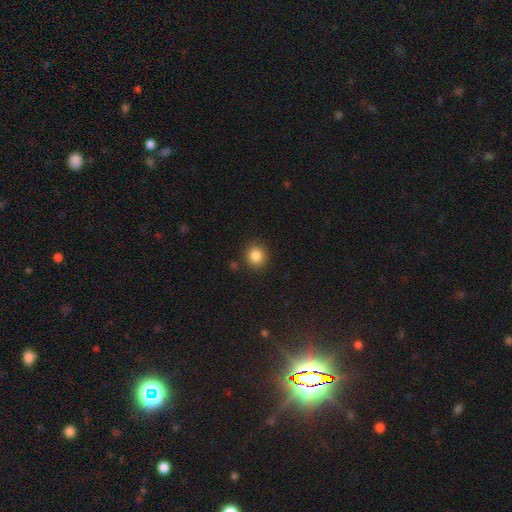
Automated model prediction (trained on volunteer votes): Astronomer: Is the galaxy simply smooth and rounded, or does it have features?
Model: smooth — 86%.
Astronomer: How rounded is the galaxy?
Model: round — 84%.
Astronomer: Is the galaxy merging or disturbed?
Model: none — 88%.